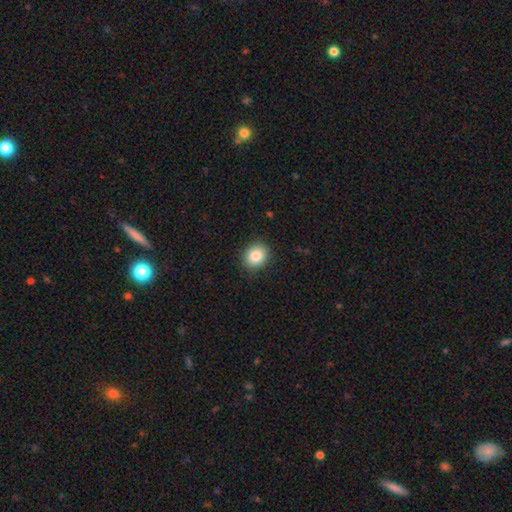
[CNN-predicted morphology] A smooth galaxy with no disk features (85%) that is round (65%).

Vote fractions:
- Smooth or featured? smooth: 85% / star or artifact: 9% / featured or disk: 6%
- How rounded? round: 65% / in between: 34% / cigar-shaped: 1%
- Merging? none: 89% / minor disturbance: 7% / major disturbance: 2% / merger: 1%